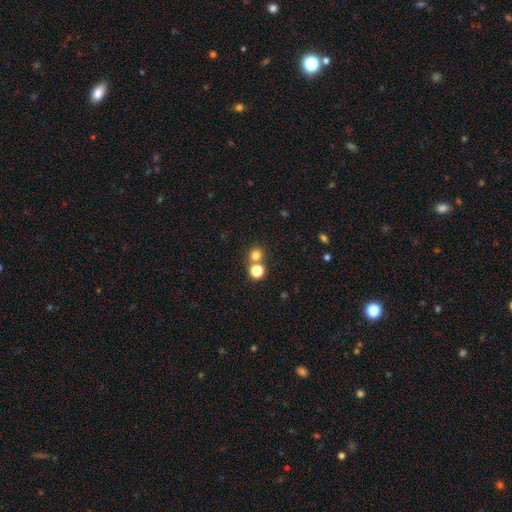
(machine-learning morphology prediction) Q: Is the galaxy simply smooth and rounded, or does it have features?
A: smooth — 76%.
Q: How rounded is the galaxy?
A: round — 88%.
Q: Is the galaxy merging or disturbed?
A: none — 62%.